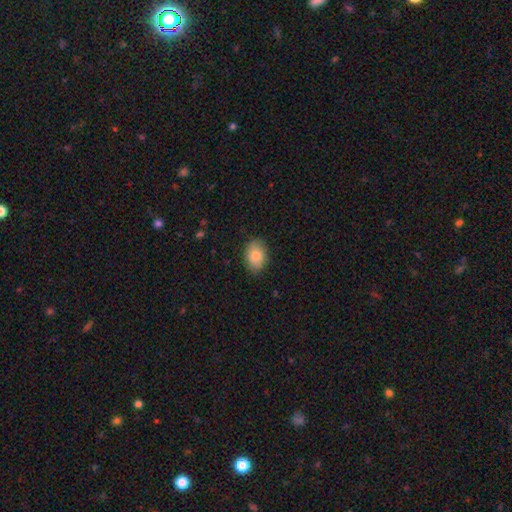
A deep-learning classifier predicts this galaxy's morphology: Smooth or featured: smooth — 84% (featured or disk — 9%)
How rounded: in between — 82% (round — 17%)
Merging: none — 85% (minor disturbance — 11%)